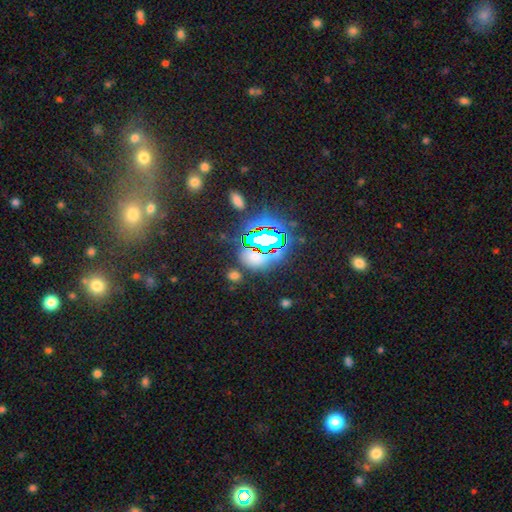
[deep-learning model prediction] This appears to be a star or artifact, not a galaxy (60%).